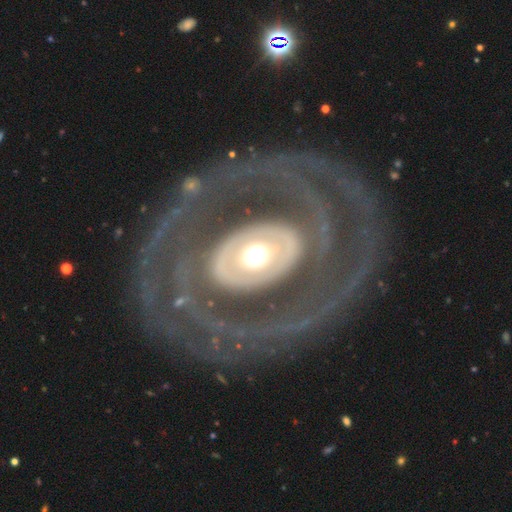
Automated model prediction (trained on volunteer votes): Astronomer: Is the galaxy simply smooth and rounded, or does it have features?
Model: featured or disk — 83%.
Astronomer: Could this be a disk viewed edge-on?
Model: no — 95%.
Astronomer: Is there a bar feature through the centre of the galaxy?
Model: no — 81%.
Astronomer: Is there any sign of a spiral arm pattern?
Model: yes — 70%.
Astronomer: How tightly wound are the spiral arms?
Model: tight — 47% (runner-up: medium, 31%).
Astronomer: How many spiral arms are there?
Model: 2 — 56%.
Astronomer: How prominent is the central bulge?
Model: moderate — 58%.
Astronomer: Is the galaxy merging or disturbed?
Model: none — 73%.